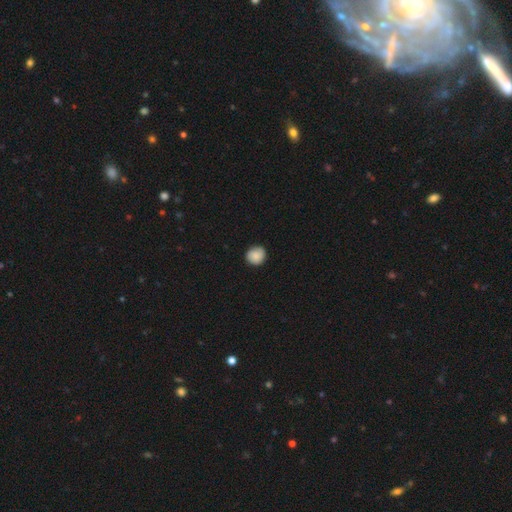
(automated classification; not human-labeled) This appears to be a smooth galaxy with no disk features (87%) that is round (89%). Merging: none (87%).